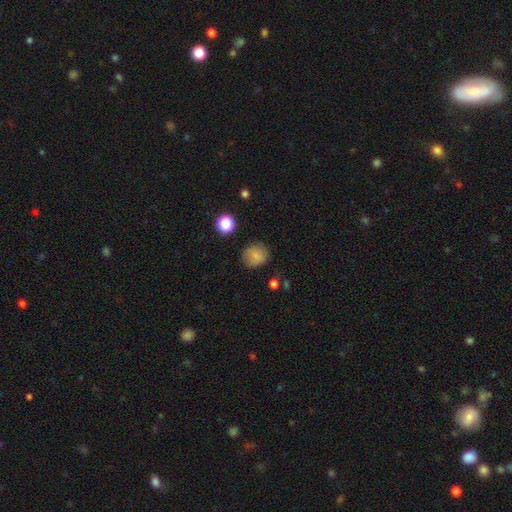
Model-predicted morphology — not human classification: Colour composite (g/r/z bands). It shows a smooth galaxy with no disk features (81%) that is round (82%). Merging: none (79%).